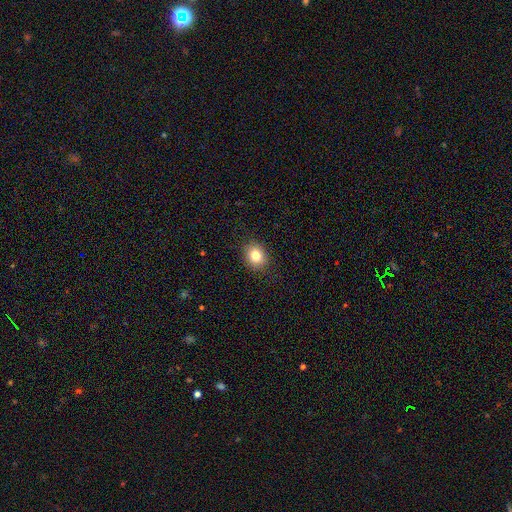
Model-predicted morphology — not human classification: Q: Smooth or featured?
A: smooth (81%); runner-up: star or artifact (11%)
Q: How rounded?
A: round (63%); runner-up: in between (37%)
Q: Merging?
A: none (89%); runner-up: minor disturbance (8%)